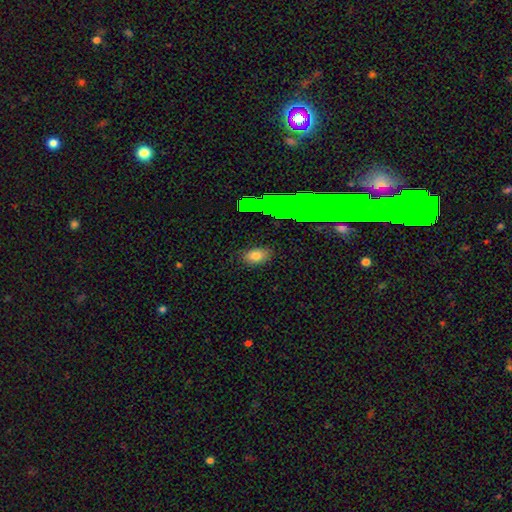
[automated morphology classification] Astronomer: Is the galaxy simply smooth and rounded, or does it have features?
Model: smooth — 78%.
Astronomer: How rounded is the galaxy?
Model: in between — 86%.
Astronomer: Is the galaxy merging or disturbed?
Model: none — 84%.